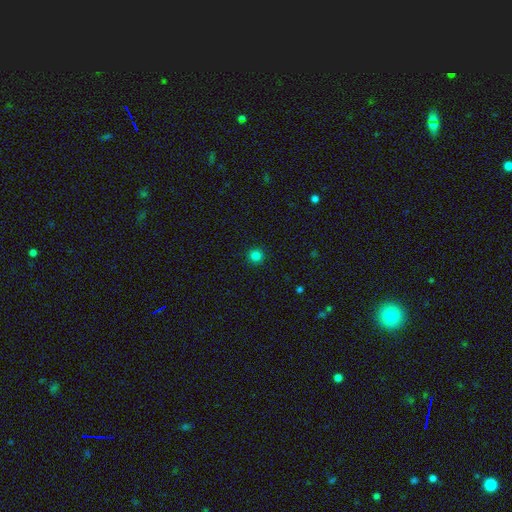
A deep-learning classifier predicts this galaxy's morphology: The model was most divided on "smooth or featured": smooth: 83%, star or artifact: 14%, featured or disk: 3%. More confident: how rounded — round (95%); merging — none (93%).